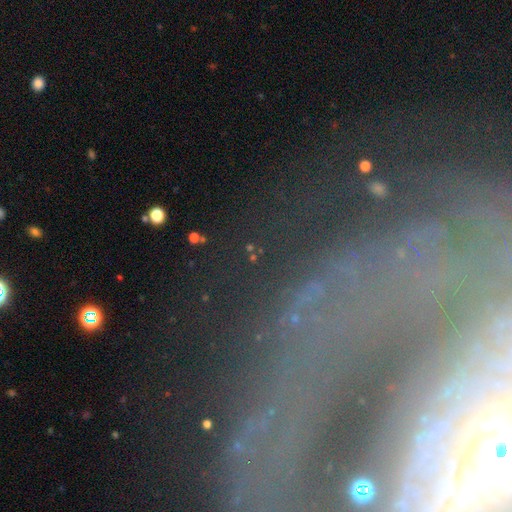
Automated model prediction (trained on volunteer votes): This is possibly a star or artifact rather than a galaxy (57%).